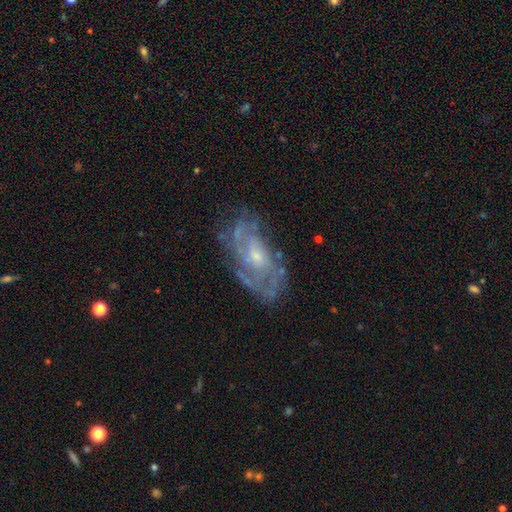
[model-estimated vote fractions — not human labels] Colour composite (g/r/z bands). It shows a featured or disk galaxy (80%) with no bar (71%), tight (54%) spiral arms (85%) and a small central bulge (62%). Merging: none (68%).